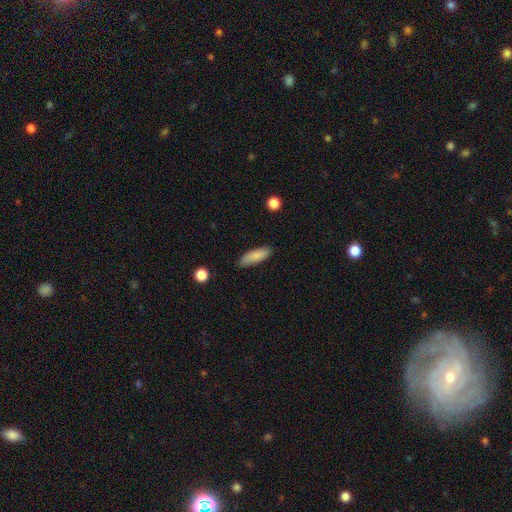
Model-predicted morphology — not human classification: type=smooth (85%); roundness=in between (55%); merging=none (83%).